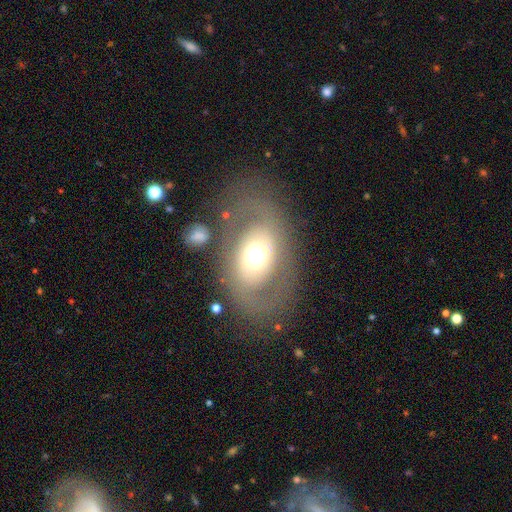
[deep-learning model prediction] A featured or disk galaxy (48%). Merging: none (73%).